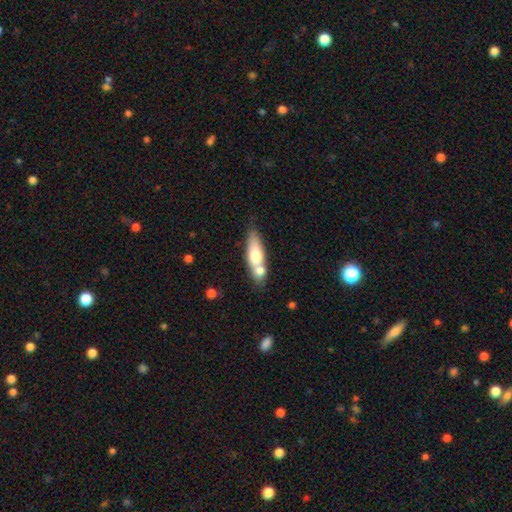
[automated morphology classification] smooth-or-featured: smooth: 60% | featured or disk: 33% | star or artifact: 6%
  how-rounded: in between: 50% | cigar-shaped: 46% | round: 4%
  merging: none: 50% | merger: 33% | minor disturbance: 13% | major disturbance: 4%